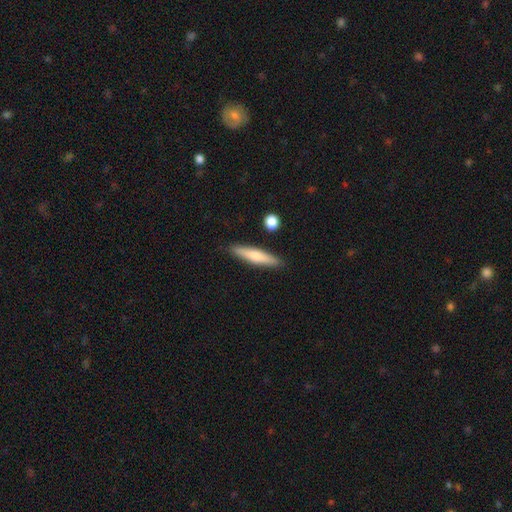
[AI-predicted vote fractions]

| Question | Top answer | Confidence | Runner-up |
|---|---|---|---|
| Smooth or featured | smooth | 64% | featured or disk (30%) |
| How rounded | cigar-shaped | 87% | in between (12%) |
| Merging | none | 87% | minor disturbance (8%) |